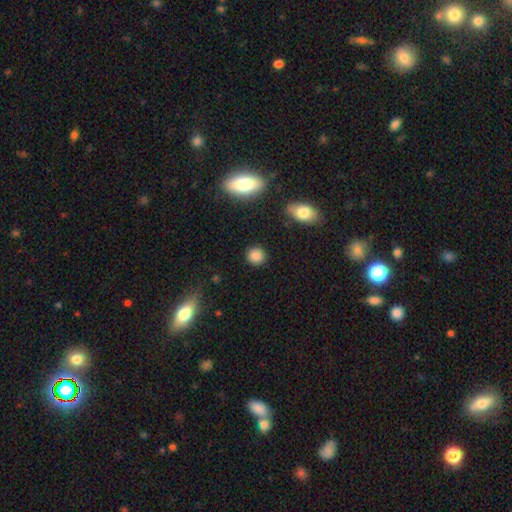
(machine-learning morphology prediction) A smooth galaxy with no disk features (86%) that is round (87%).

Vote fractions:
- Smooth or featured? smooth: 86% / star or artifact: 10% / featured or disk: 4%
- How rounded? round: 87% / in between: 11% / cigar-shaped: 1%
- Merging? none: 89% / minor disturbance: 7% / major disturbance: 2% / merger: 2%